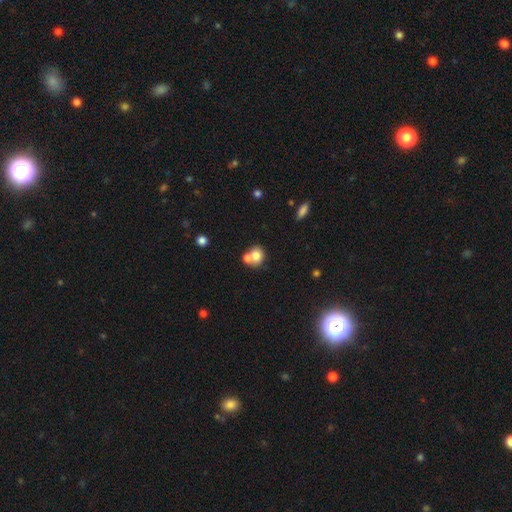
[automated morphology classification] Smooth or featured? smooth (74%)
How rounded? round (71%)
Merging? merger (53%)